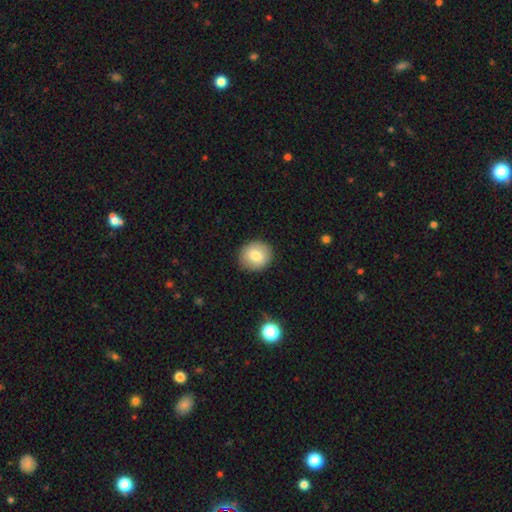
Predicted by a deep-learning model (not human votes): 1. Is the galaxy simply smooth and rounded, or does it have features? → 78% smooth, 14% featured or disk, 8% star or artifact.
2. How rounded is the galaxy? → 85% round, 14% in between, 1% cigar-shaped.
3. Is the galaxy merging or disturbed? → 89% none, 7% minor disturbance, 2% major disturbance, 1% merger.